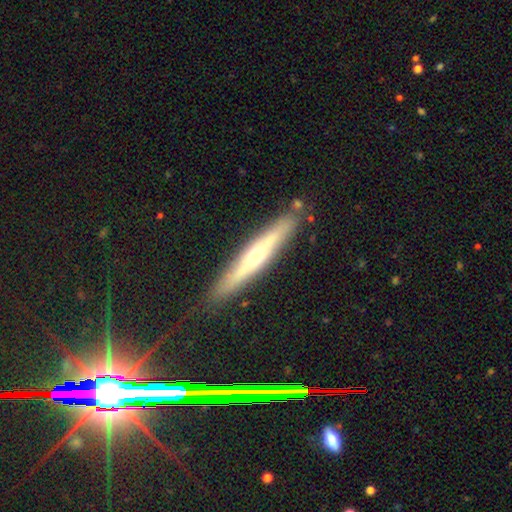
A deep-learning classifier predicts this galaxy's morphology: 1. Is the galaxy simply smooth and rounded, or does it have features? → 56% featured or disk, 38% smooth, 6% star or artifact.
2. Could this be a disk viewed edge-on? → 89% yes, 11% no.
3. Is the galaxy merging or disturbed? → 84% none, 11% minor disturbance, 3% merger, 2% major disturbance.